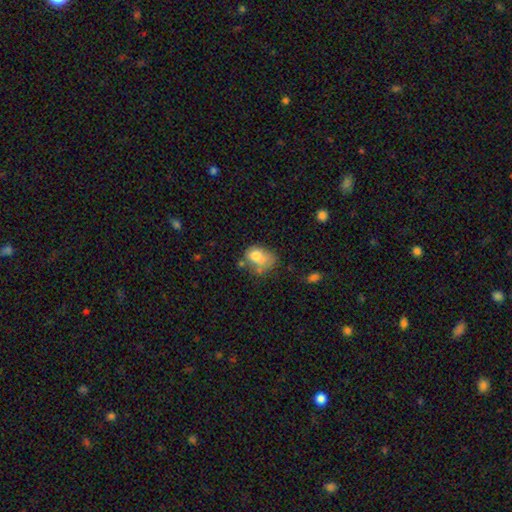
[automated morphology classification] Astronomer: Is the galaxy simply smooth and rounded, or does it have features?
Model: smooth — 69%.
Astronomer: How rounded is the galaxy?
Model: in between — 67%.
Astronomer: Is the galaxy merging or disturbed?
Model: merger — 28% (runner-up: none, 26%).